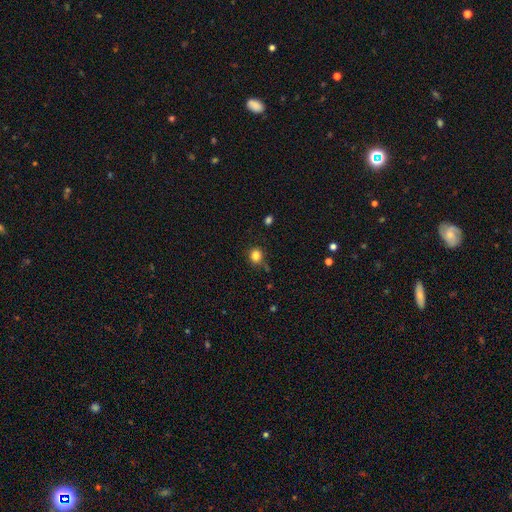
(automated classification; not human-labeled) Smooth or featured? Predicted: smooth (p=0.82). How rounded? Predicted: round (p=0.86). Merging? Predicted: none (p=0.81).